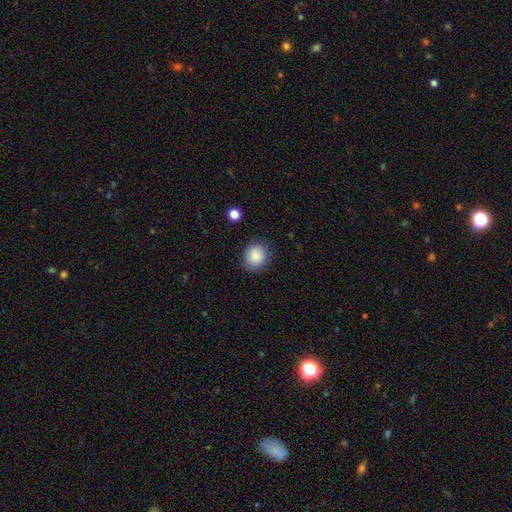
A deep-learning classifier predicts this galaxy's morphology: type=smooth (86%); roundness=round (77%); merging=none (82%).